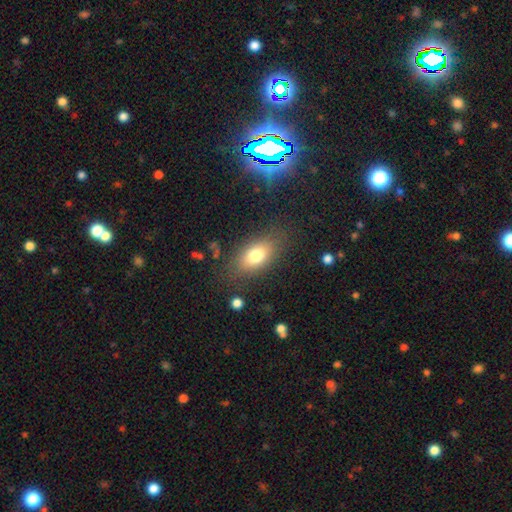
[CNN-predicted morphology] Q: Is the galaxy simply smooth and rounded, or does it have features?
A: smooth — 76%.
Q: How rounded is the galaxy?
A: in between — 86%.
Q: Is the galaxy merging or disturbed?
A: none — 79%.